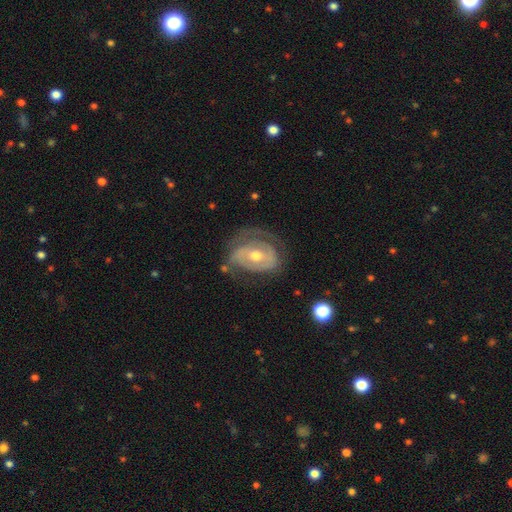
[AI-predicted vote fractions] Smooth or featured? featured or disk (77%)
Edge-on disk? no (96%)
Bar? no (47%)
Spiral arms? yes (74%)
Spiral winding? tight (52%)
Spiral arm count? 2 (46%)
Bulge size? moderate (69%)
Merging? none (53%)